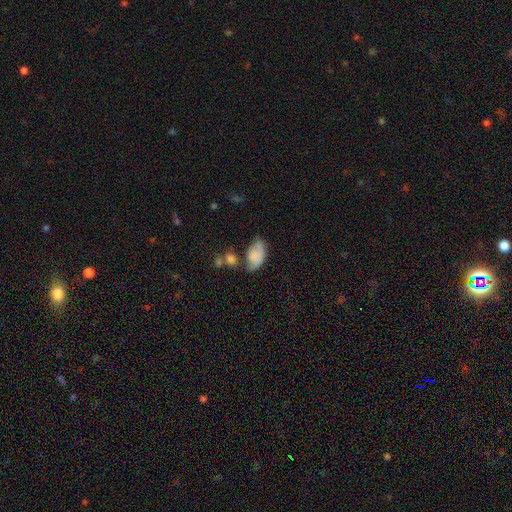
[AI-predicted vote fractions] Smooth or featured?
  - smooth: 75% *
  - featured or disk: 16%
  - star or artifact: 9%
How rounded?
  - in between: 91% *
  - round: 7%
  - cigar-shaped: 2%
Merging?
  - none: 35% *
  - minor disturbance: 32%
  - merger: 17%
  - major disturbance: 17%